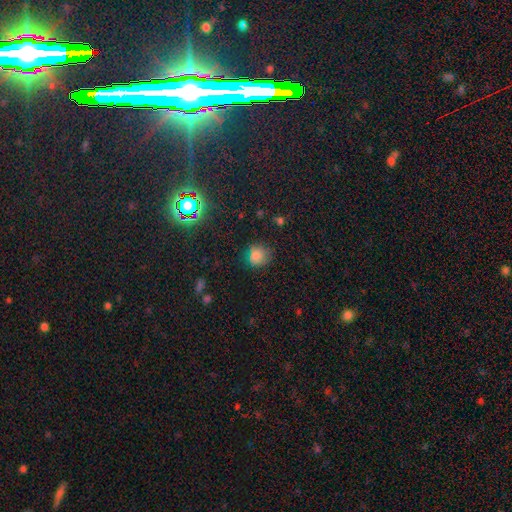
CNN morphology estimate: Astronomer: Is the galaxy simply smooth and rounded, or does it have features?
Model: smooth — 77%.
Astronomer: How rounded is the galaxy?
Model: round — 86%.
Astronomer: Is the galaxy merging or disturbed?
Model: none — 75%.